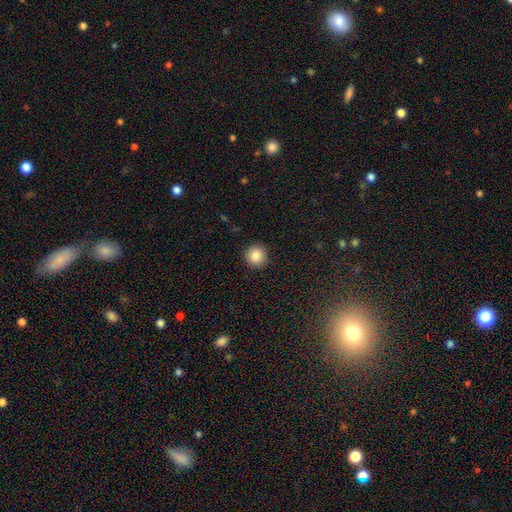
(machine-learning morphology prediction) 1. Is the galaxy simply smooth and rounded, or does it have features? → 86% smooth, 9% star or artifact, 4% featured or disk.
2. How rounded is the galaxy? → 93% round, 6% in between, 1% cigar-shaped.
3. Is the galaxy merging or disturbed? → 91% none, 6% minor disturbance, 2% major disturbance, 1% merger.